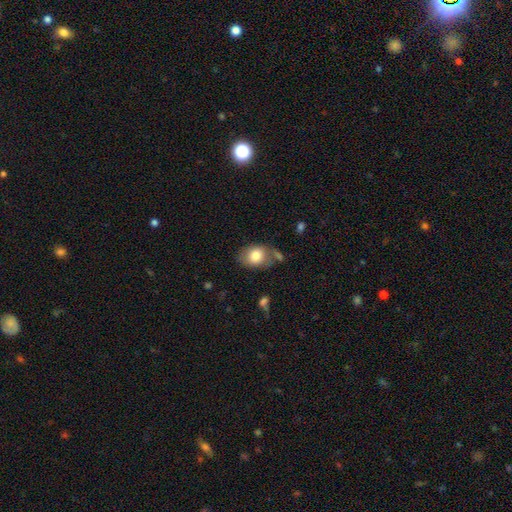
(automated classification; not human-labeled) smooth 80%, featured or disk 13%, star or artifact 7%. Down the decision tree: how rounded — in between (69%); merging — none (63%).